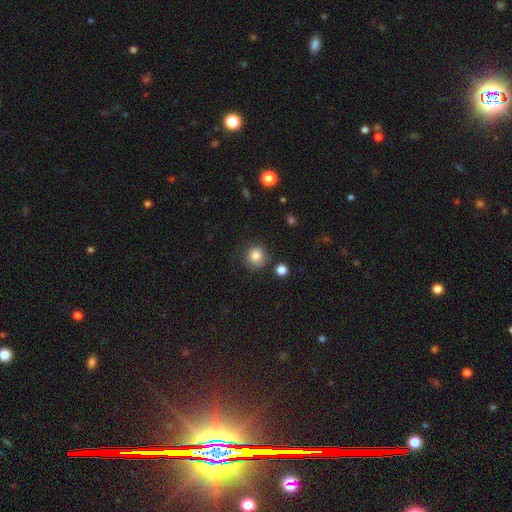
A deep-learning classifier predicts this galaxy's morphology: Smooth or featured? smooth (83%)
How rounded? round (89%)
Merging? none (76%)